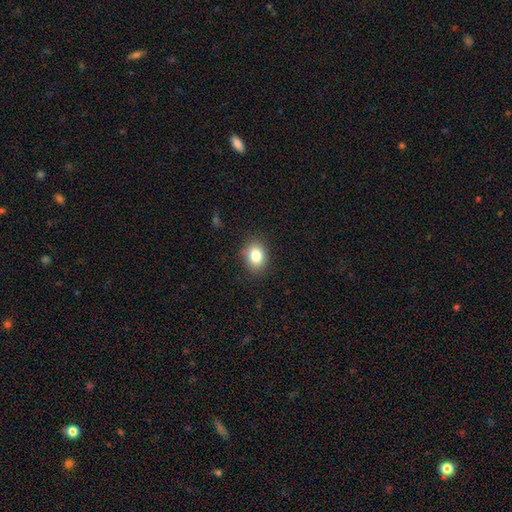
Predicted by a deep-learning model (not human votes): smooth 82%, star or artifact 10%, featured or disk 8%. Down the decision tree: how rounded — in between (56%); merging — none (84%).